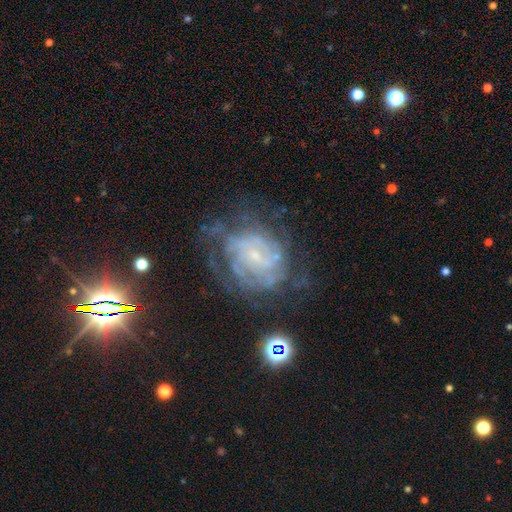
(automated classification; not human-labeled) This appears to be a featured or disk galaxy (78%) with no bar (56%), tight (62%) spiral arms (87%) and a small central bulge (76%). Merging: none (56%).